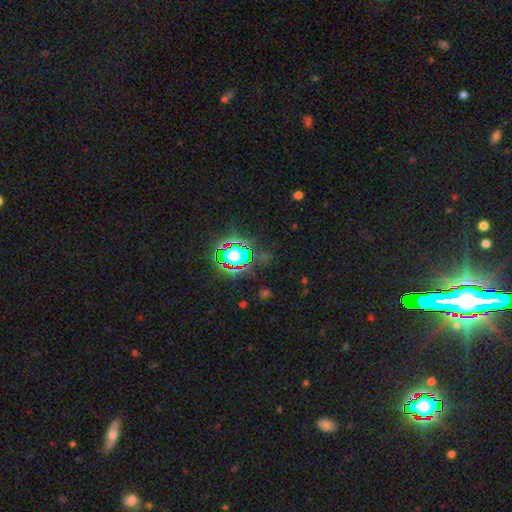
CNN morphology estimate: star or artifact 81%, smooth 12%, featured or disk 7%.